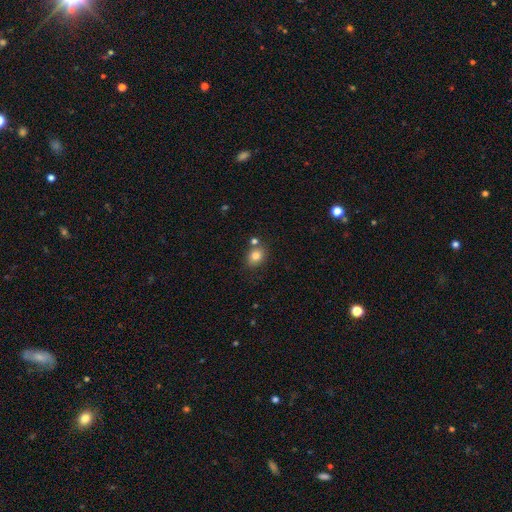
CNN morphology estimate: type=smooth (81%); roundness=round (54%); merging=none (71%).